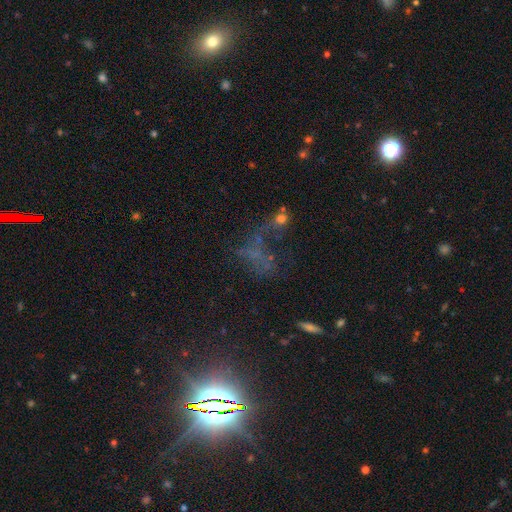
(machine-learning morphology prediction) type=star or artifact (47%).